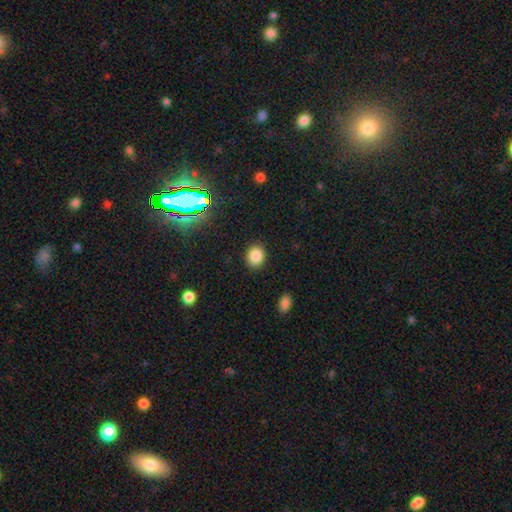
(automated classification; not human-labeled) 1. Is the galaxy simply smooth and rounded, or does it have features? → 85% smooth, 11% star or artifact, 4% featured or disk.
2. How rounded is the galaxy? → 59% round, 40% in between, 1% cigar-shaped.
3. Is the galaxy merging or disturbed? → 88% none, 8% minor disturbance, 3% major disturbance, 1% merger.